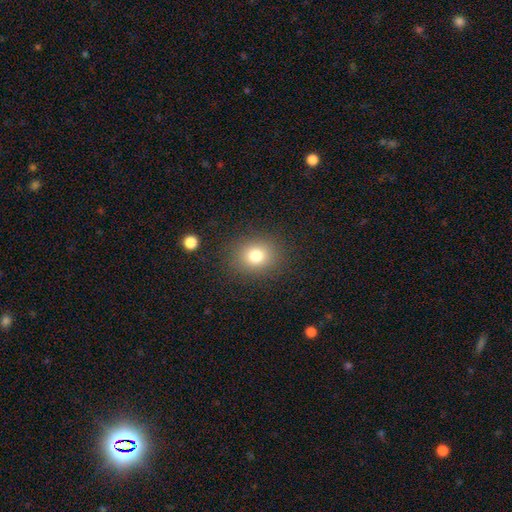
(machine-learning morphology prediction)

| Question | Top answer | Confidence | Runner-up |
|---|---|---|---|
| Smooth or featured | smooth | 78% | star or artifact (14%) |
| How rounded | round | 67% | in between (32%) |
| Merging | none | 87% | minor disturbance (8%) |